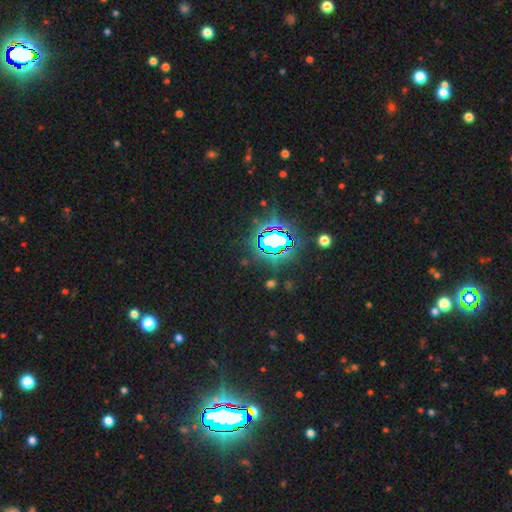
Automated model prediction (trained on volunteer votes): star or artifact 85%, smooth 8%, featured or disk 7%.